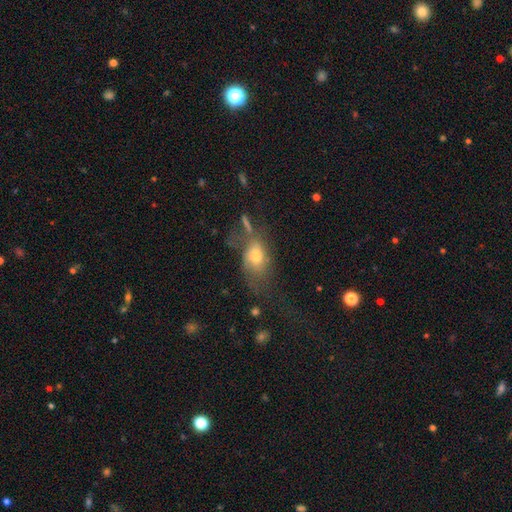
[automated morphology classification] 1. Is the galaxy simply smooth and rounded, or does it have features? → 61% smooth, 27% featured or disk, 12% star or artifact.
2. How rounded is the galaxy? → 82% in between, 14% round, 4% cigar-shaped.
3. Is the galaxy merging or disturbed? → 37% major disturbance, 32% none, 22% minor disturbance, 9% merger.